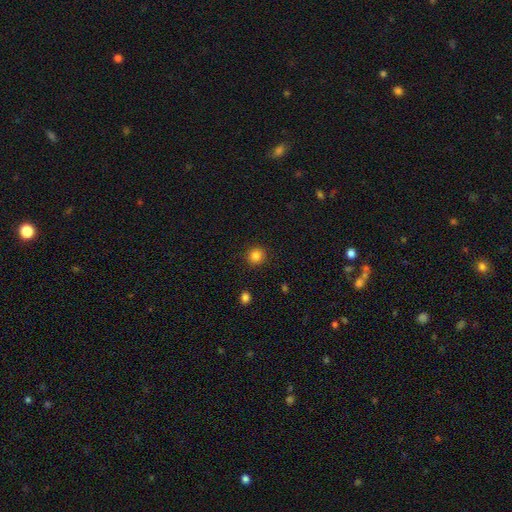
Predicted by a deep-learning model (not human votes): Smooth or featured? Predicted: smooth (p=0.84). How rounded? Predicted: round (p=0.93). Merging? Predicted: none (p=0.91).